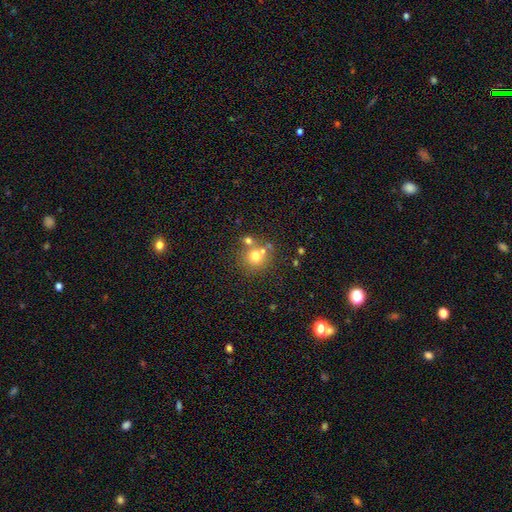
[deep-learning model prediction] A smooth galaxy with no disk features (70%) that is round (89%). Merging: none (62%).